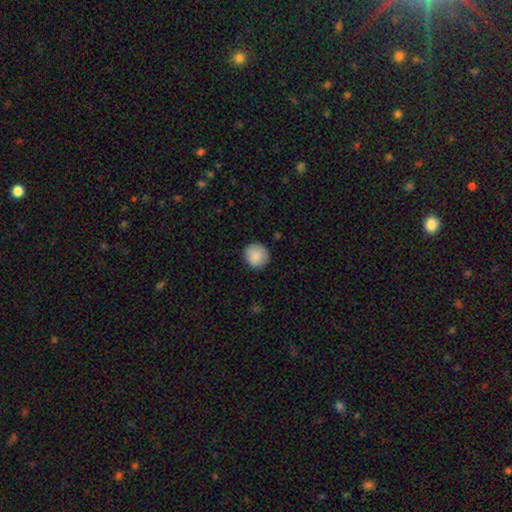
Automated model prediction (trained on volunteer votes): Overall: smooth (88%). How rounded: round (94%). Merging: none (88%).